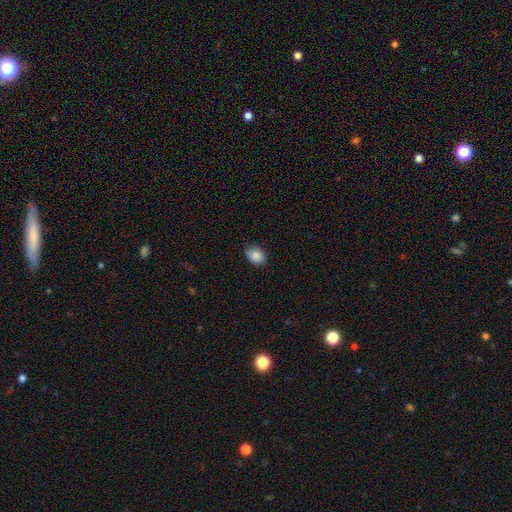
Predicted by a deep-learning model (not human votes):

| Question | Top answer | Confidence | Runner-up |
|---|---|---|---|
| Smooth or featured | smooth | 88% | star or artifact (8%) |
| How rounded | in between | 80% | round (18%) |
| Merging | none | 83% | minor disturbance (13%) |